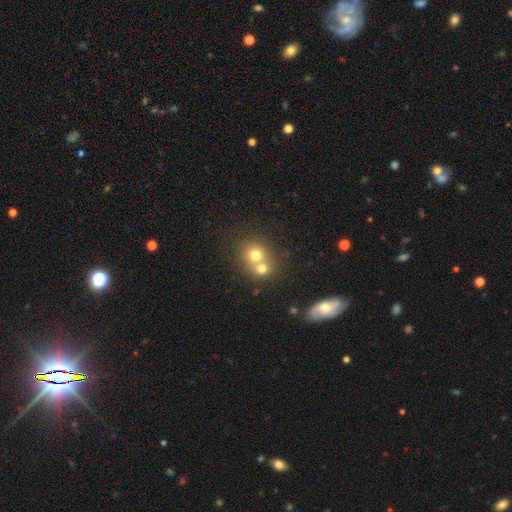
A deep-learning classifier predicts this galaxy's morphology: A smooth galaxy with no disk features (71%) that is round (80%).

Vote fractions:
- Smooth or featured? smooth: 71% / featured or disk: 17% / star or artifact: 12%
- How rounded? round: 80% / in between: 19% / cigar-shaped: 1%
- Merging? merger: 58% / none: 35% / minor disturbance: 5% / major disturbance: 2%